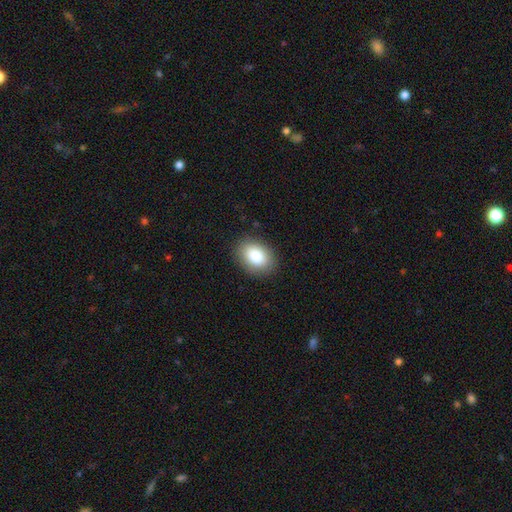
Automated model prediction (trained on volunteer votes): This appears to be a smooth galaxy with no disk features (85%) that is in between round and cigar-shaped (78%). Merging: none (87%).